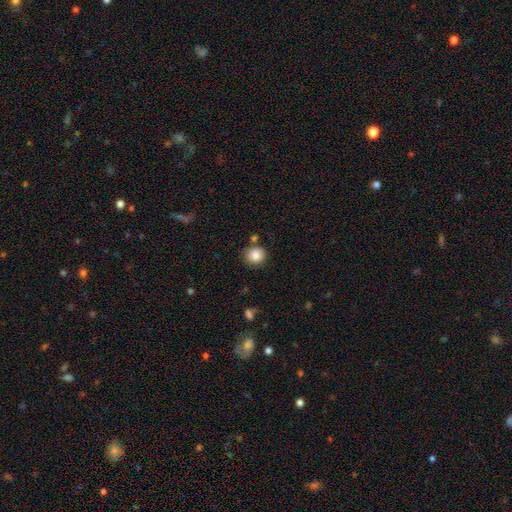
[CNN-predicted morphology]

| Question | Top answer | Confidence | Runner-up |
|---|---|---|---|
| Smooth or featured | smooth | 85% | star or artifact (9%) |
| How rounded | round | 84% | in between (15%) |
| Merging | none | 79% | minor disturbance (12%) |